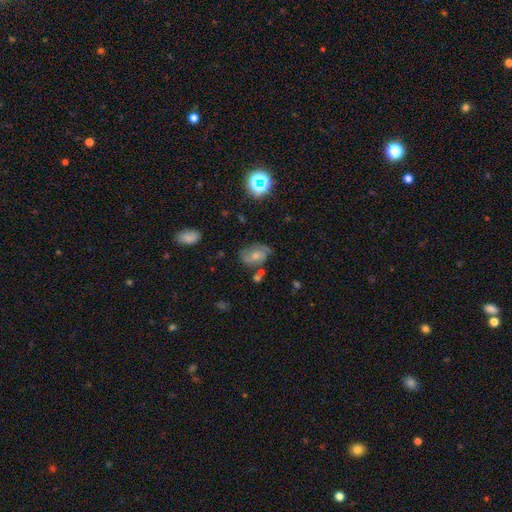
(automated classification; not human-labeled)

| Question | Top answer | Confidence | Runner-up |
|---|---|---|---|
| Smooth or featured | featured or disk | 44% | tied: smooth (44%) |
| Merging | none | 54% | minor disturbance (27%) |